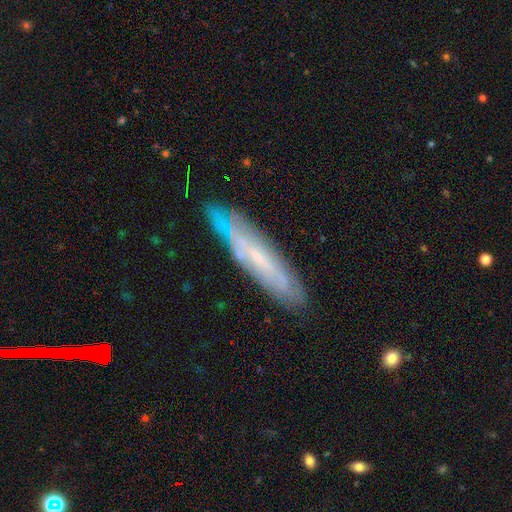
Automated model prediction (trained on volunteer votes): Smooth or featured? featured or disk (62%)
Edge-on disk? no (50%, tied with yes)
Merging? none (79%)